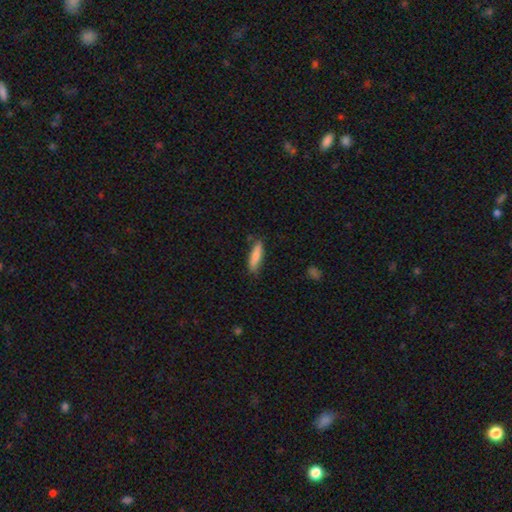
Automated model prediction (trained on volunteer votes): Overall: smooth (81%). How rounded: cigar-shaped (71%). Merging: none (79%).